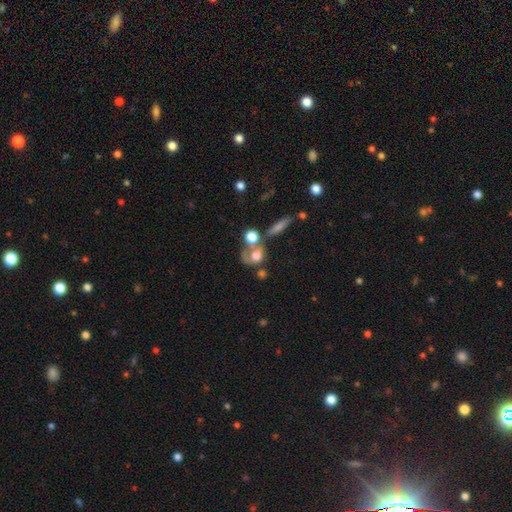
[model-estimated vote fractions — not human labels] smooth_or_featured: smooth (p=0.57) [alt: featured or disk p=0.32]
how_rounded: round (p=0.52) [alt: in between p=0.44]
merging: merger (p=0.49) [alt: none p=0.22]